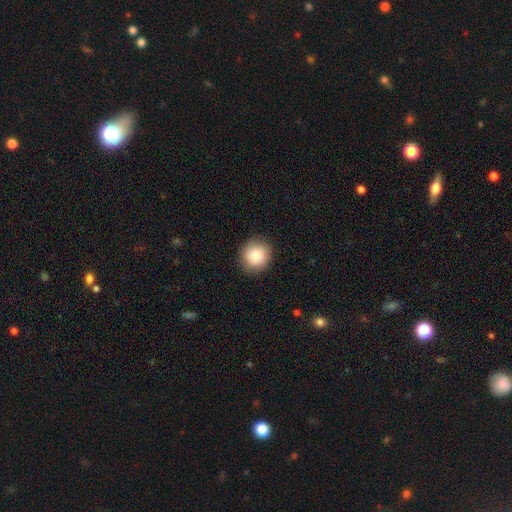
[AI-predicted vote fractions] Morphology: type=smooth (85%); roundness=round (89%); merging=none (89%).